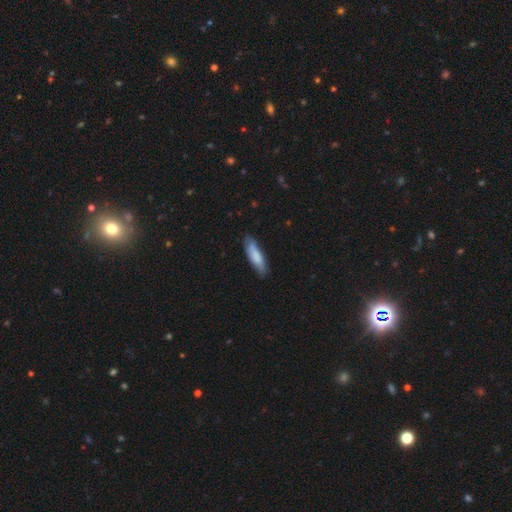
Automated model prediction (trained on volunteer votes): Smooth or featured? Predicted: smooth (p=0.79). How rounded? Predicted: cigar-shaped (p=0.61). Merging? Predicted: none (p=0.77).